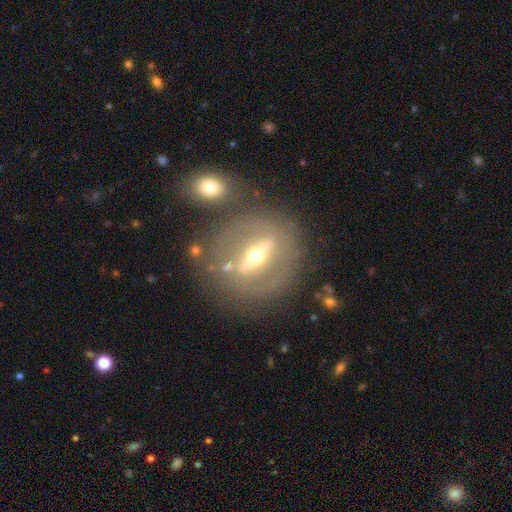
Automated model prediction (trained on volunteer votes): This is likely a featured or disk galaxy (76%). It is likely not viewed edge-on (62%). Merging: likely none (76%).